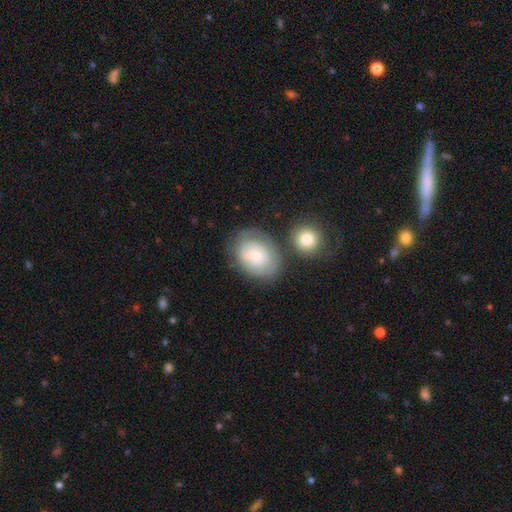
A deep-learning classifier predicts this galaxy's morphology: smooth-or-featured: smooth: 56% | featured or disk: 37% | star or artifact: 7%
  how-rounded: in between: 60% | round: 39% | cigar-shaped: 1%
  merging: none: 58% | minor disturbance: 21% | merger: 13% | major disturbance: 8%